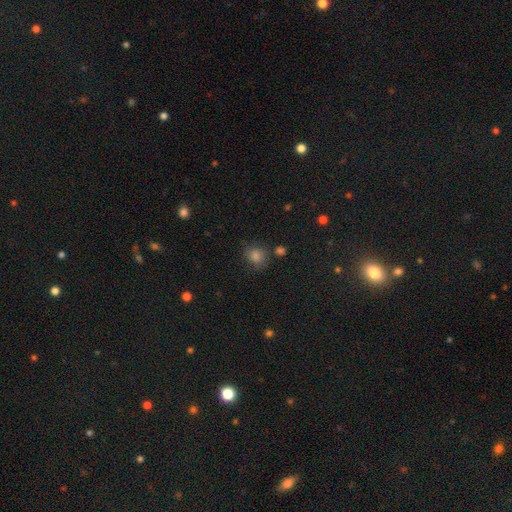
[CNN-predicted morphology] Overall: smooth (70%). How rounded: round (72%). Merging: none (74%).